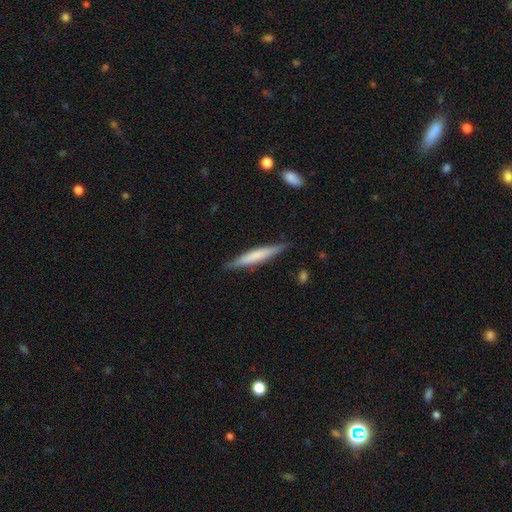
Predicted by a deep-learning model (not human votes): Morphology: type=smooth (61%); roundness=cigar-shaped (93%); merging=none (87%).